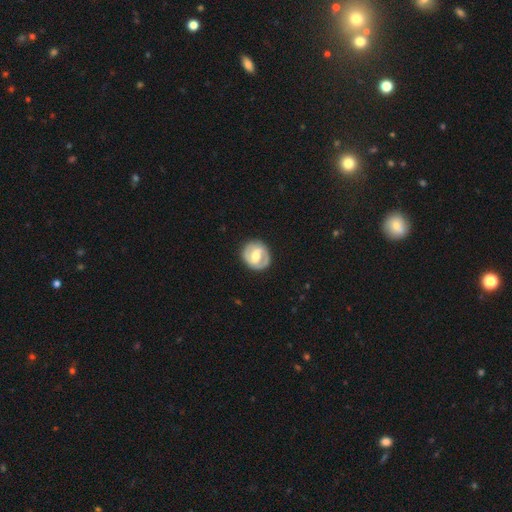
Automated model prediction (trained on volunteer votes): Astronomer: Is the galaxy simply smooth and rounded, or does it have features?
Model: featured or disk — 71%.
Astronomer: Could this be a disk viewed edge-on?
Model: no — 97%.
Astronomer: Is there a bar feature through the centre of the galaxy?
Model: weak — 43% (runner-up: strong, 39%).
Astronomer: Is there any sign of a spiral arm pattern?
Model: yes — 71%.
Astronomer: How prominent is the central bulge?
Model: moderate — 65%.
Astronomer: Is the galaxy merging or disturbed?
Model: none — 86%.